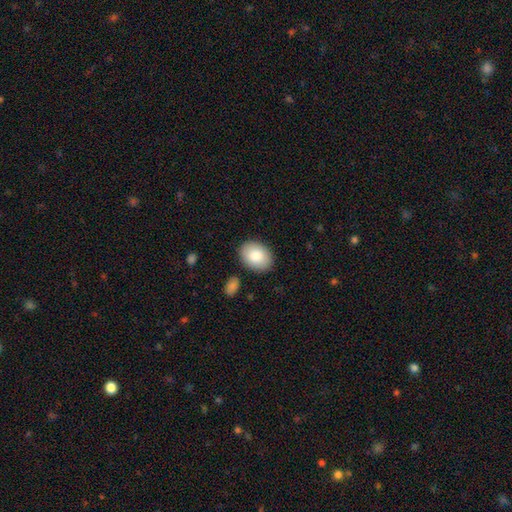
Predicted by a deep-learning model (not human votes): smooth-or-featured: smooth: 84% | featured or disk: 10% | star or artifact: 6%
  how-rounded: in between: 76% | round: 24% | cigar-shaped: 1%
  merging: none: 87% | minor disturbance: 9% | merger: 2% | major disturbance: 2%